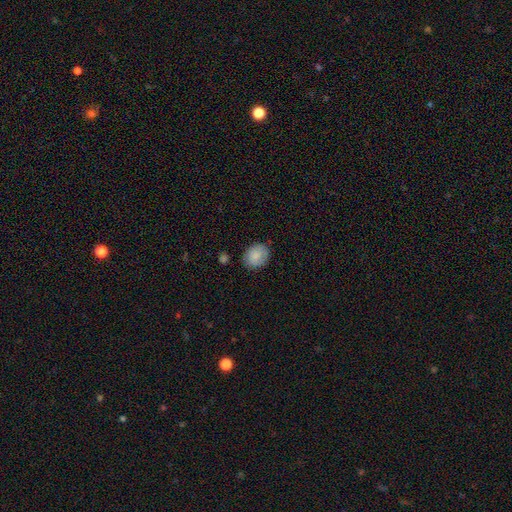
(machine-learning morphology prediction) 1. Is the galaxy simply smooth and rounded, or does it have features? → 81% smooth, 11% featured or disk, 7% star or artifact.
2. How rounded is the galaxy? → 53% round, 46% in between, 1% cigar-shaped.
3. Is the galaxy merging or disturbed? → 80% none, 14% minor disturbance, 3% major disturbance, 2% merger.